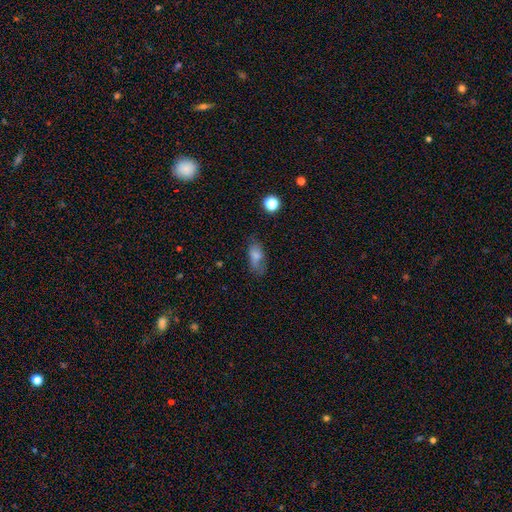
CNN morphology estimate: Smooth or featured: smooth — 71% (featured or disk — 17%)
How rounded: in between — 81% (cigar-shaped — 12%)
Merging: none — 56% (minor disturbance — 27%)